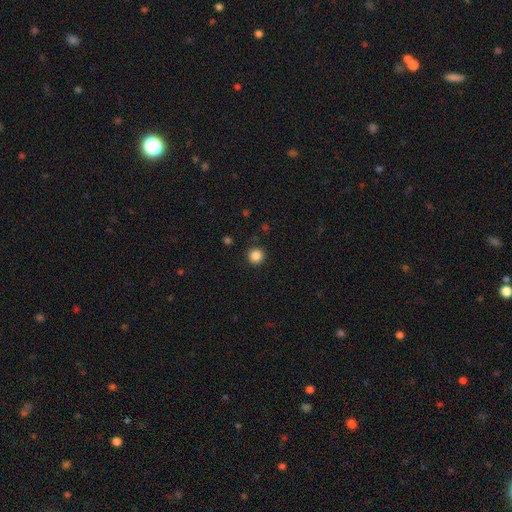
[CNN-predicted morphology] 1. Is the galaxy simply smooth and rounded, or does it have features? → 86% smooth, 11% star or artifact, 3% featured or disk.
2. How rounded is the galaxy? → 95% round, 4% in between, 1% cigar-shaped.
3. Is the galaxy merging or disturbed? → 92% none, 5% minor disturbance, 2% major disturbance, 1% merger.